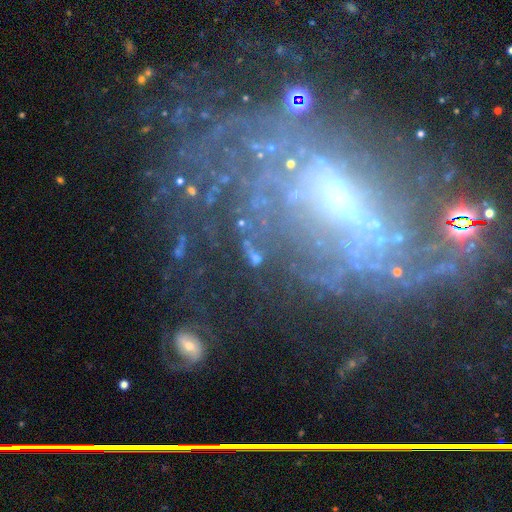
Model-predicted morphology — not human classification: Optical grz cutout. It shows a featured or disk galaxy (50%). Merging: none (64%).